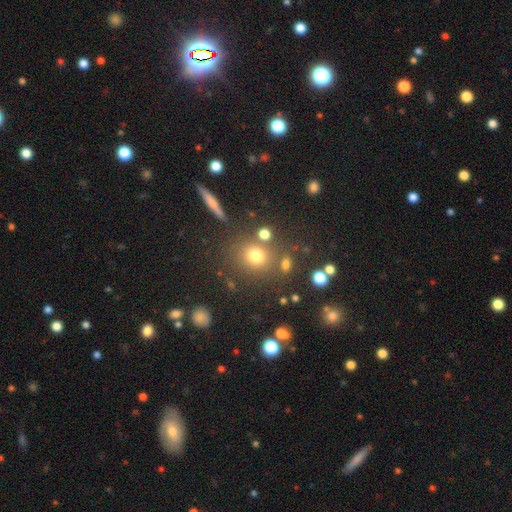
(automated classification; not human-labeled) Q: Smooth or featured?
A: smooth (71%); runner-up: star or artifact (19%)
Q: How rounded?
A: round (80%); runner-up: in between (18%)
Q: Merging?
A: none (75%); runner-up: merger (11%)